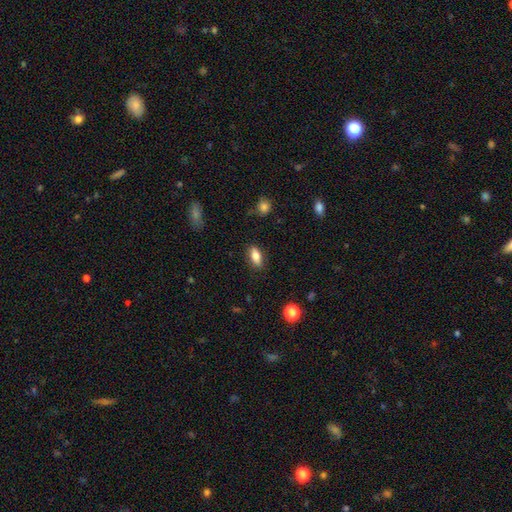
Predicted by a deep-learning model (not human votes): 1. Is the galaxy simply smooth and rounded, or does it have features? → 81% smooth, 11% featured or disk, 8% star or artifact.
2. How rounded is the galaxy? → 83% in between, 12% cigar-shaped, 4% round.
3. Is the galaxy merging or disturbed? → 86% none, 10% minor disturbance, 2% major disturbance, 1% merger.